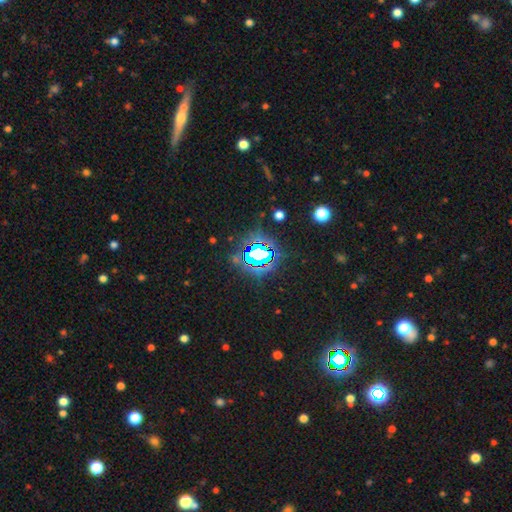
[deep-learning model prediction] This is likely a star or artifact rather than a galaxy (76%).